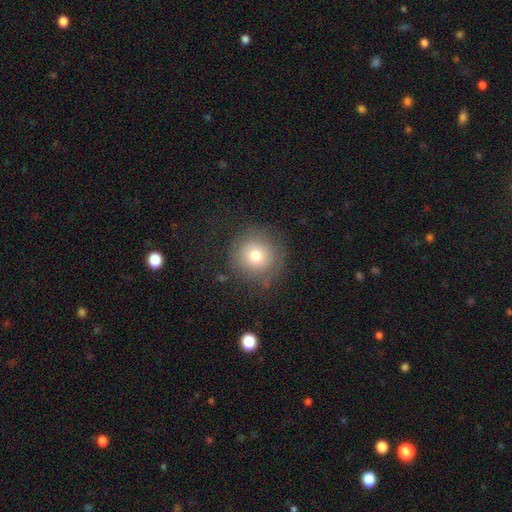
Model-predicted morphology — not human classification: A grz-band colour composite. It shows a smooth galaxy with no disk features (71%) that is round (94%). Merging: none (76%).